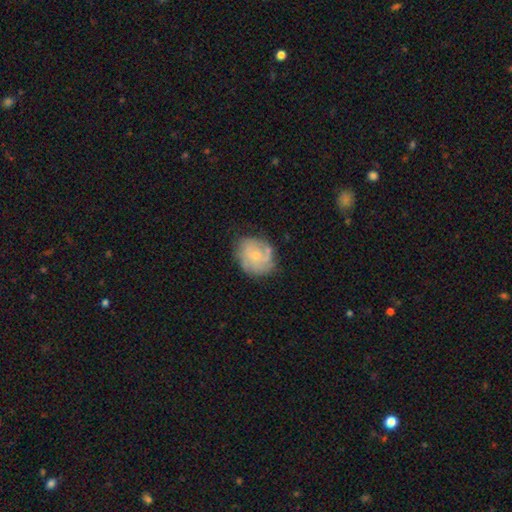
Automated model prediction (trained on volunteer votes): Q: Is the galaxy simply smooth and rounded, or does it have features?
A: featured or disk — 49%.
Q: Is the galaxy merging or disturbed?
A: none — 63%.